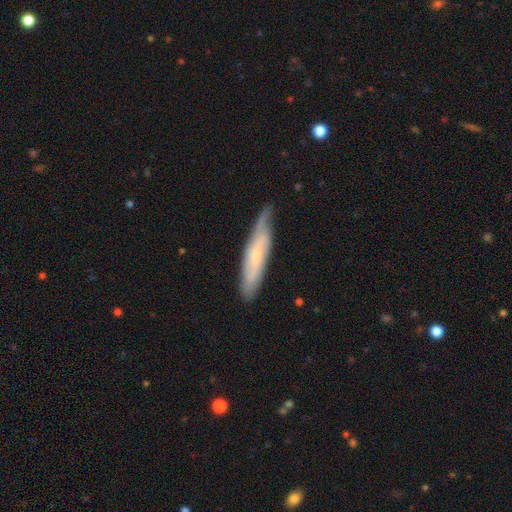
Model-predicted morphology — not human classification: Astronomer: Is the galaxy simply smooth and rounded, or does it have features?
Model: featured or disk — 53% (runner-up: smooth, 40%).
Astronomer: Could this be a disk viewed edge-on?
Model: yes — 55% (runner-up: no, 45%).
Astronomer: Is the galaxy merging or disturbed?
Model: none — 72%.